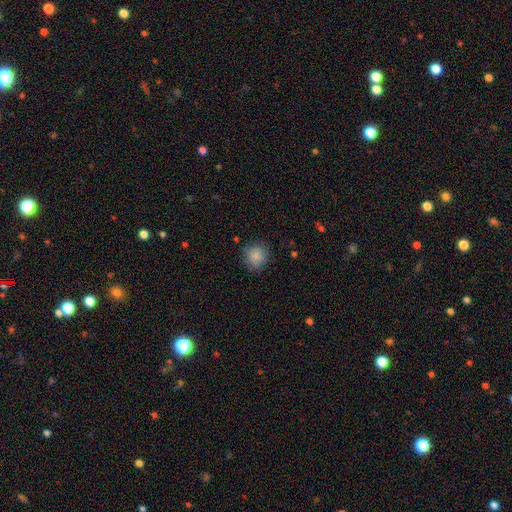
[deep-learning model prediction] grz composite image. It shows a smooth galaxy with no disk features (87%) that is round (86%). Merging: none (83%).